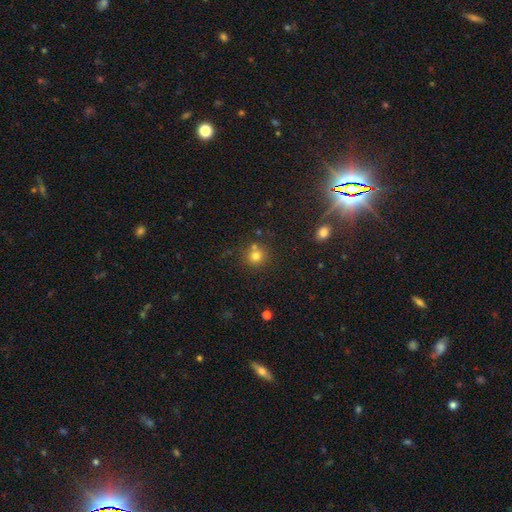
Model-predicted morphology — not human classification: Smooth or featured? smooth (76%)
How rounded? round (90%)
Merging? none (69%)